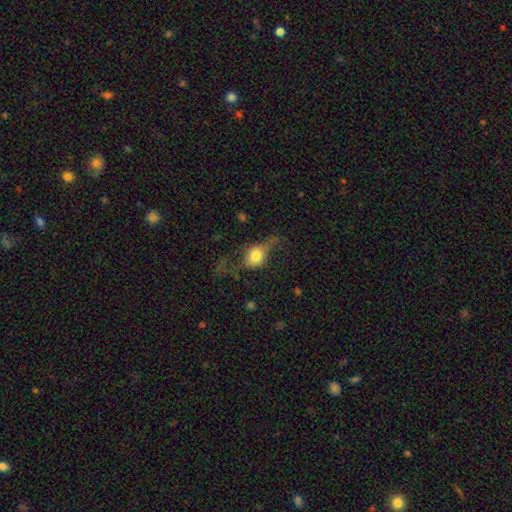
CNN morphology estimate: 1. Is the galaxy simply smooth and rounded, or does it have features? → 53% smooth, 37% featured or disk, 10% star or artifact.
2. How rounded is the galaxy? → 49% in between, 46% round, 5% cigar-shaped.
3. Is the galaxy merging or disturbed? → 42% major disturbance, 32% none, 22% minor disturbance, 4% merger.